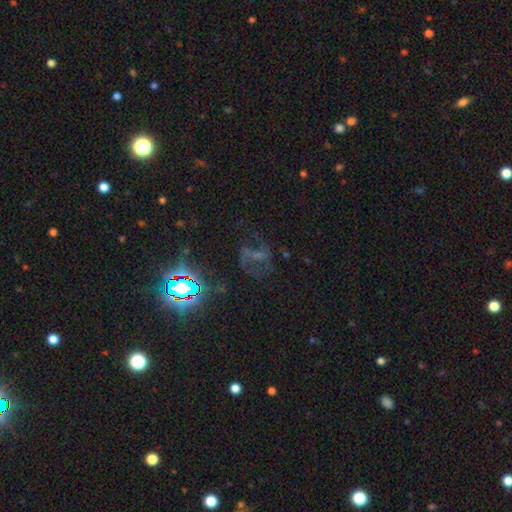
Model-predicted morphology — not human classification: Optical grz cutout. It shows a featured or disk galaxy (46%). Merging: none (51%).